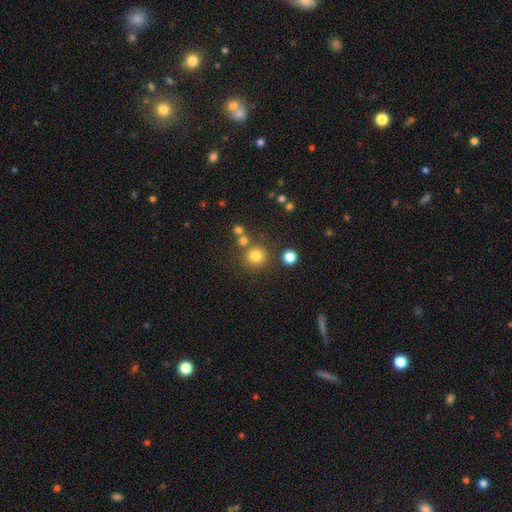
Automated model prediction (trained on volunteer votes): Overall: smooth (78%). How rounded: round (91%). Merging: none (77%).